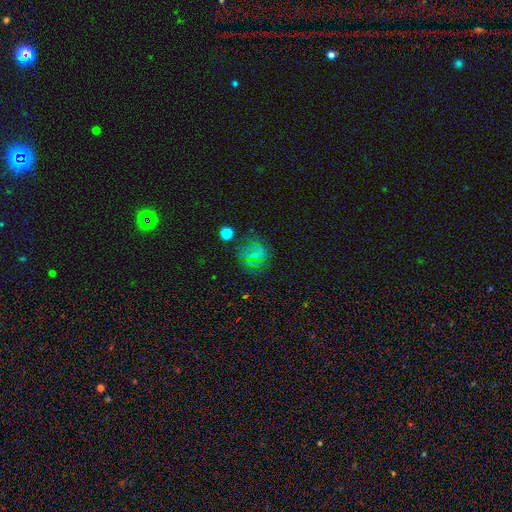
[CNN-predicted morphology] Smooth or featured?
  - star or artifact: 34% *
  - featured or disk: 33%
  - smooth: 32%